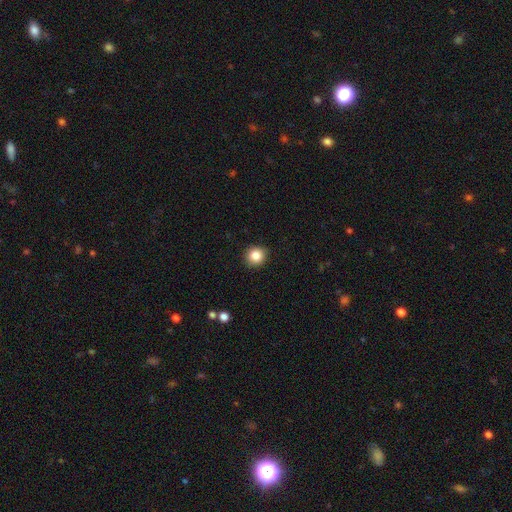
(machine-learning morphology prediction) This appears to be a smooth galaxy with no disk features (83%) that is round (88%). Merging: none (91%).